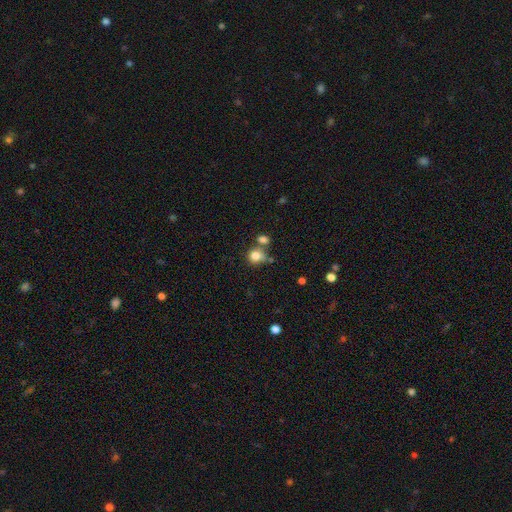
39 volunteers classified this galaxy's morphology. Overall: smooth (87%). How rounded: round (53%; in between 44%). Merging: none (40%; minor disturbance 31%).